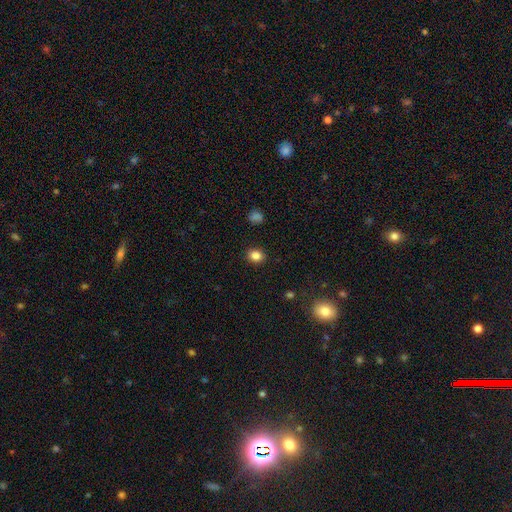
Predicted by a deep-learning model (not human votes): Q: Smooth or featured?
A: smooth (84%); runner-up: star or artifact (11%)
Q: How rounded?
A: round (55%); runner-up: in between (44%)
Q: Merging?
A: none (89%); runner-up: minor disturbance (7%)